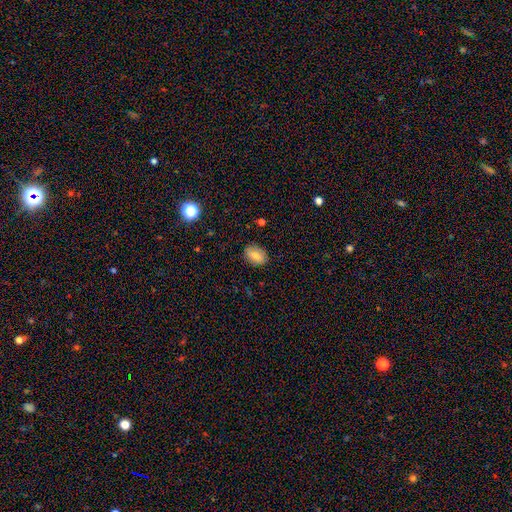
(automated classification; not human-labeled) smooth 73%, featured or disk 18%, star or artifact 9%. Down the decision tree: how rounded — in between (74%); merging — none (83%).